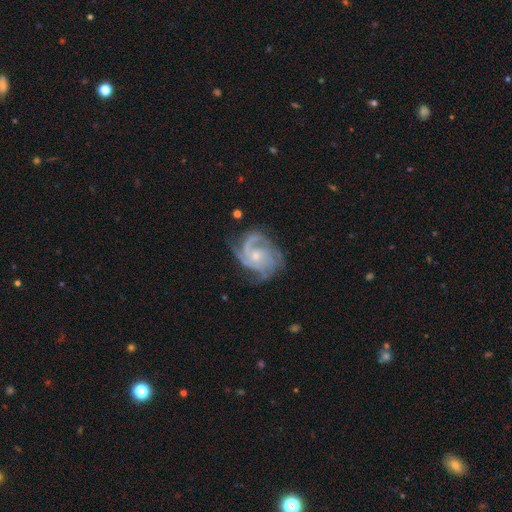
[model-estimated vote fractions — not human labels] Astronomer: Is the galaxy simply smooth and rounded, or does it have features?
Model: featured or disk — 89%.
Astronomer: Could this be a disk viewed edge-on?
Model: no — 98%.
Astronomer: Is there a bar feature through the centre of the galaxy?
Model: no — 70%.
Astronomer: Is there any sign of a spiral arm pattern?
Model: yes — 98%.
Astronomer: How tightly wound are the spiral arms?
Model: tight — 54% (runner-up: medium, 39%).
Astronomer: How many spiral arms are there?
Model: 3 — 45%.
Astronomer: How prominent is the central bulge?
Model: small — 57% (runner-up: moderate, 38%).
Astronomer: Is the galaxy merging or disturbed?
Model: none — 65%.